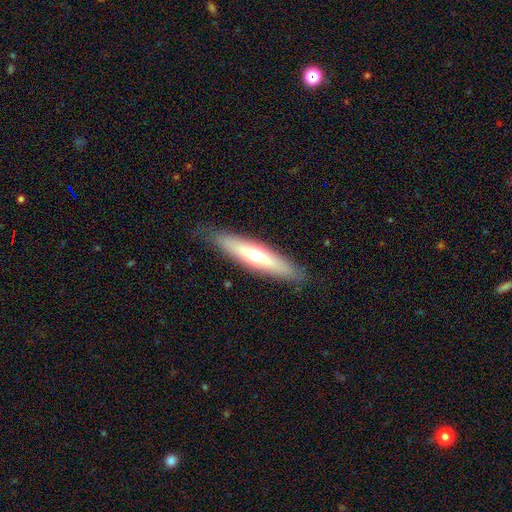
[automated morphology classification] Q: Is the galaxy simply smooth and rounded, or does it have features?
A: smooth — 54%.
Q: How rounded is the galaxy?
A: cigar-shaped — 82%.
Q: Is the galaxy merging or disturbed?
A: none — 85%.